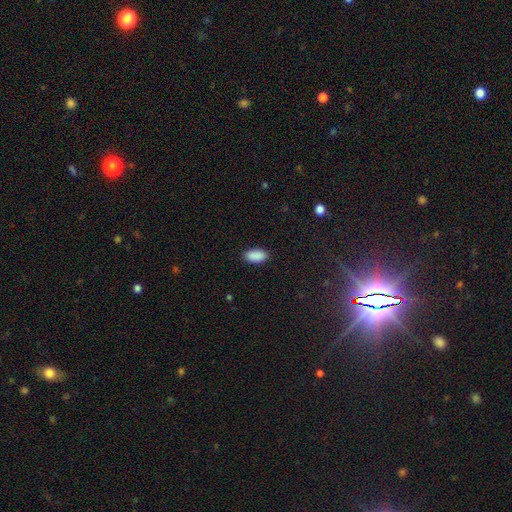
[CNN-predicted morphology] This is clearly a smooth galaxy (90%). How rounded: clearly in between (95%). Merging: clearly none (89%).